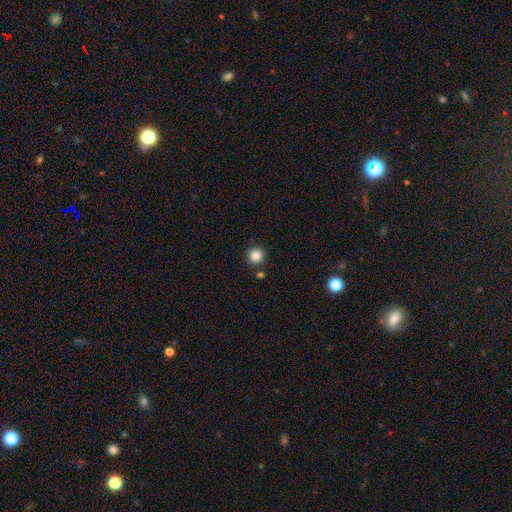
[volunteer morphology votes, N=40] type=smooth (92%); roundness=round (100%); merging=none (89%).